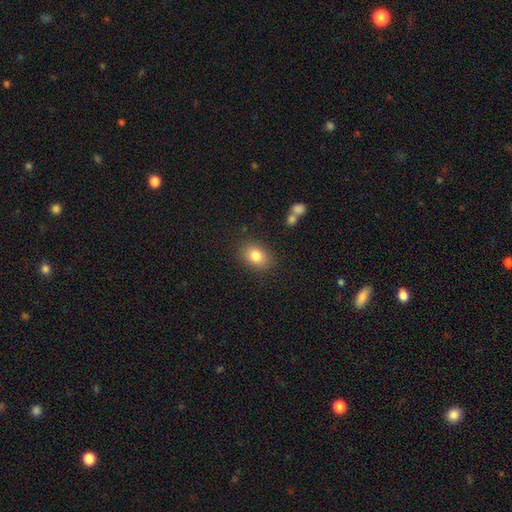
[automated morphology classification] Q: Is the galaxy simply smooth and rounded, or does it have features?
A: smooth — 82%.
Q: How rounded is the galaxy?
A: in between — 71%.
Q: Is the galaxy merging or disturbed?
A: none — 85%.